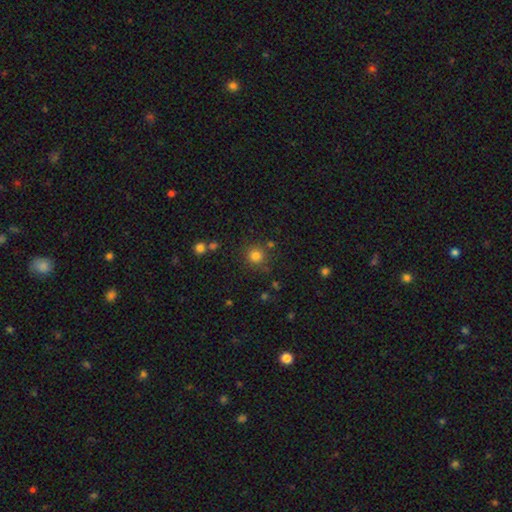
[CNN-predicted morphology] type=smooth (80%); roundness=round (93%); merging=none (82%).